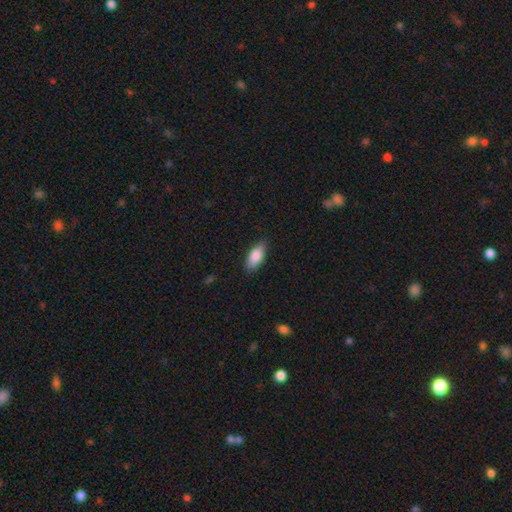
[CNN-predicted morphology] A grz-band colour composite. It shows a smooth galaxy with no disk features (84%) that is in between round and cigar-shaped (84%). Merging: none (85%).